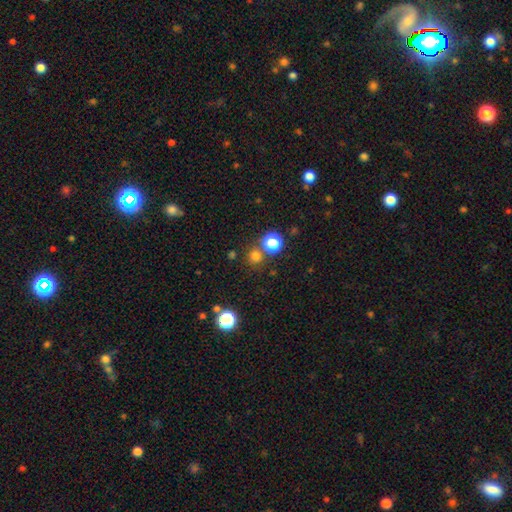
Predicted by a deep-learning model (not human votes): smooth-or-featured: smooth: 74% | star or artifact: 21% | featured or disk: 5%
  how-rounded: round: 92% | in between: 7% | cigar-shaped: 1%
  merging: none: 77% | merger: 13% | minor disturbance: 7% | major disturbance: 3%